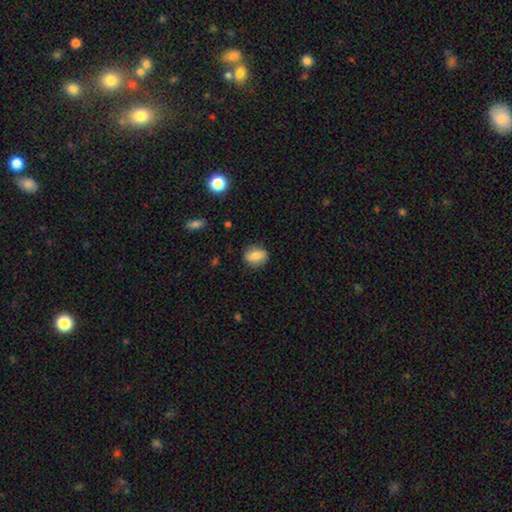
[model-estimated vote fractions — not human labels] A smooth galaxy with no disk features (77%) that is in between round and cigar-shaped (50%).

Vote fractions:
- Smooth or featured? smooth: 77% / featured or disk: 14% / star or artifact: 8%
- How rounded? in between: 50% / round: 49% / cigar-shaped: 2%
- Merging? none: 84% / minor disturbance: 12% / major disturbance: 3% / merger: 1%